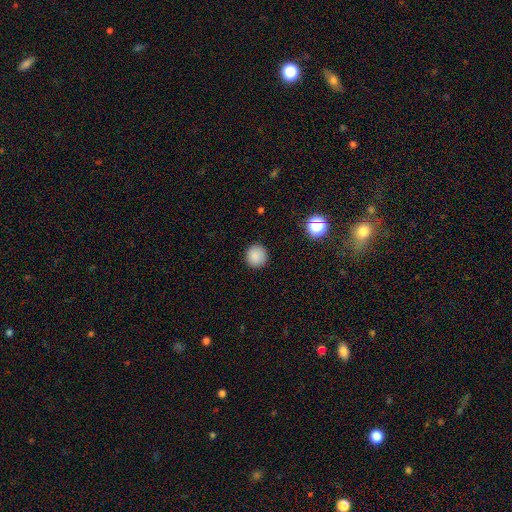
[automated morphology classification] smooth_or_featured: smooth (p=0.86) [alt: star or artifact p=0.10]
how_rounded: round (p=0.94) [alt: in between p=0.05]
merging: none (p=0.91) [alt: minor disturbance p=0.06]